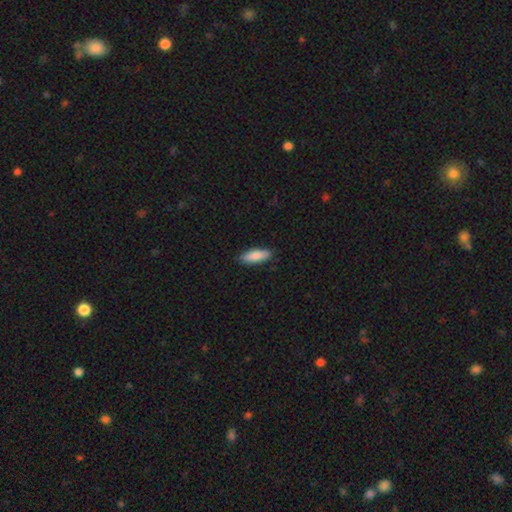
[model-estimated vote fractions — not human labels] Smooth or featured: smooth — 88% (featured or disk — 7%)
How rounded: in between — 65% (cigar-shaped — 34%)
Merging: none — 89% (minor disturbance — 9%)